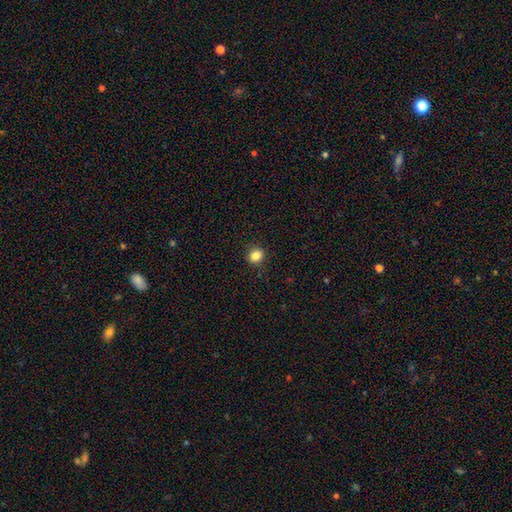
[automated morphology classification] This is clearly a smooth galaxy (85%). How rounded: likely round (62%). Merging: clearly none (89%).